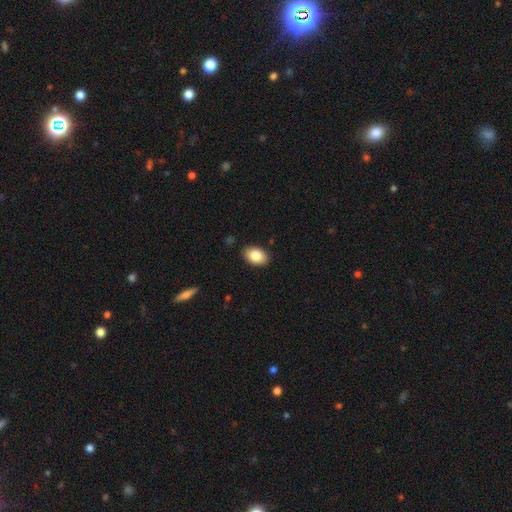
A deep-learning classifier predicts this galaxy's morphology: smooth-or-featured: smooth: 85% | featured or disk: 8% | star or artifact: 7%
  how-rounded: in between: 86% | round: 13% | cigar-shaped: 1%
  merging: none: 88% | minor disturbance: 9% | major disturbance: 2% | merger: 1%